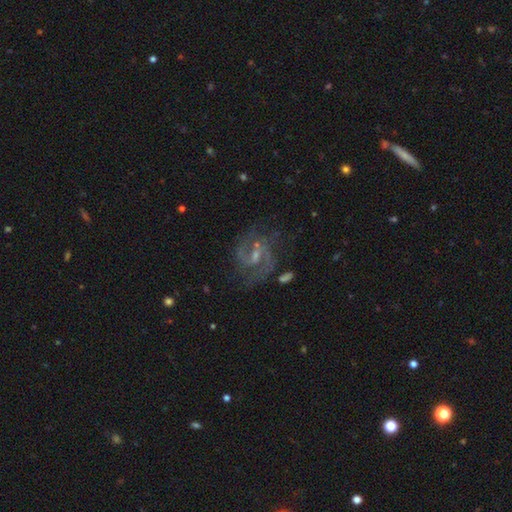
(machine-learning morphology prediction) A featured or disk galaxy (87%) with a weak bar (58%), 2 (87%) medium (59%) spiral arms (97%) and a small central bulge (59%).

Vote fractions:
- Smooth or featured? featured or disk: 87% / star or artifact: 9% / smooth: 5%
- Edge-on disk? no: 98% / yes: 2%
- Bar? weak: 58% / no: 23% / strong: 19%
- Spiral arms? yes: 97% / no: 3%
- Spiral winding? medium: 59% / loose: 21% / tight: 20%
- Spiral arm count? 2: 87% / can't tell: 4% / 3: 4% / 1: 2% / 4: 2% / more than 4: 2%
- Bulge size? small: 59% / moderate: 28% / none: 10% / large: 2% / dominant: 1%
- Merging? none: 71% / minor disturbance: 16% / major disturbance: 9% / merger: 4%